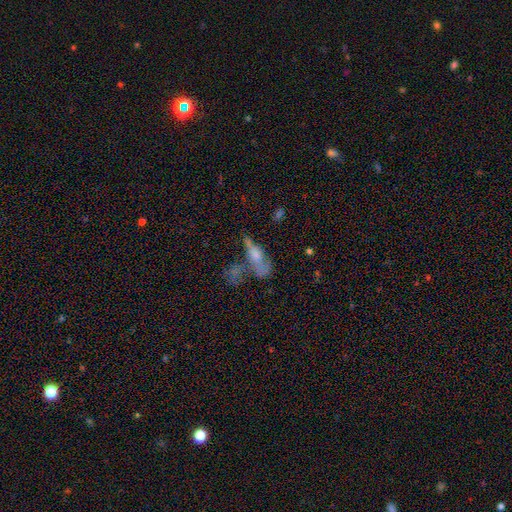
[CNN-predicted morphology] Smooth or featured? Predicted: smooth (p=0.49). Merging? Predicted: merger (p=0.32).